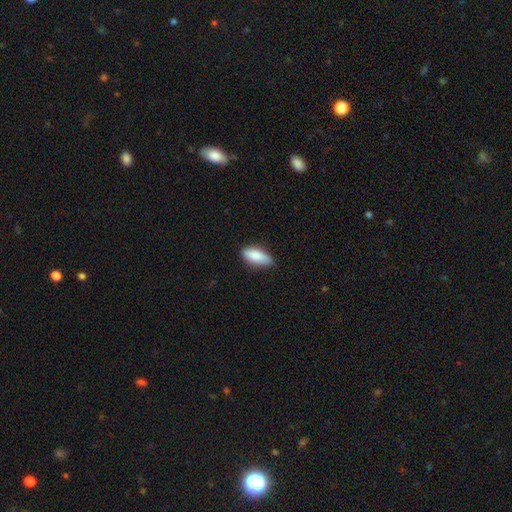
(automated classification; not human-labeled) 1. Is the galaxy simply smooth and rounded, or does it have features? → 84% smooth, 10% featured or disk, 6% star or artifact.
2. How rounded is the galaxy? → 81% in between, 17% cigar-shaped, 2% round.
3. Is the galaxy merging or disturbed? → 76% none, 20% minor disturbance, 3% major disturbance, 1% merger.